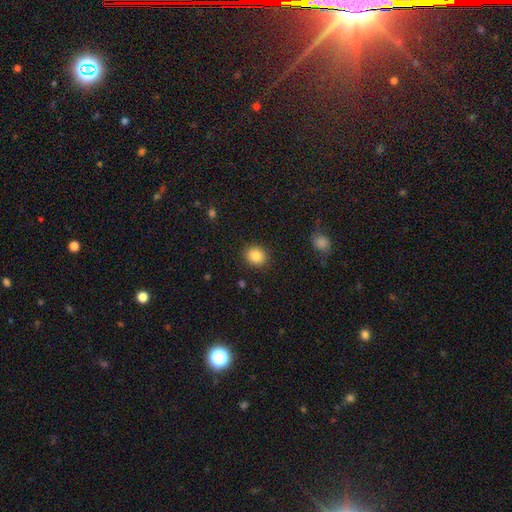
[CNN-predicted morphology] This appears to be a smooth galaxy with no disk features (85%) that is round (75%). Merging: none (89%).